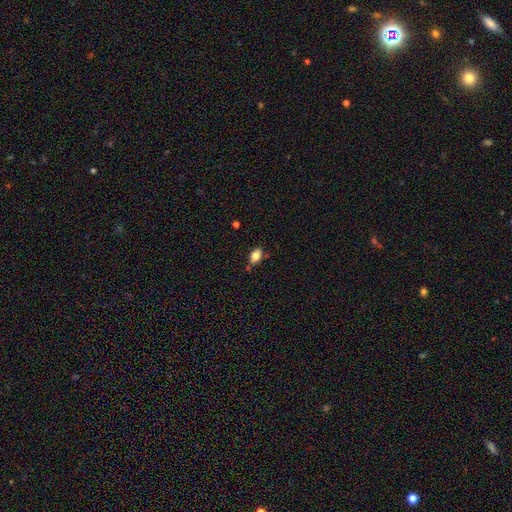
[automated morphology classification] smooth_or_featured: smooth (p=0.84) [alt: star or artifact p=0.09]
how_rounded: in between (p=0.89) [alt: round p=0.08]
merging: none (p=0.74) [alt: minor disturbance p=0.18]